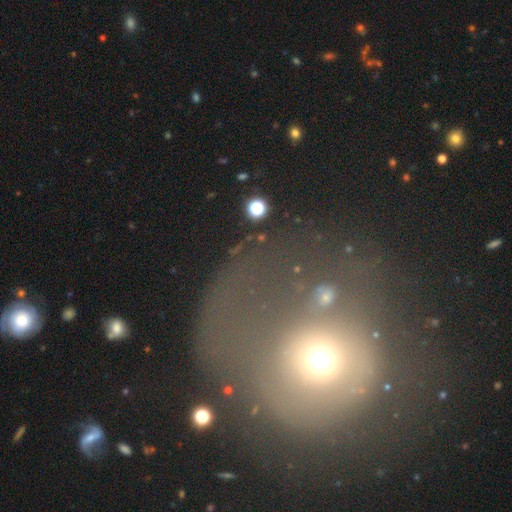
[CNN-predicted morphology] This appears to be a smooth galaxy with no disk features (49%). Merging: none (38%).